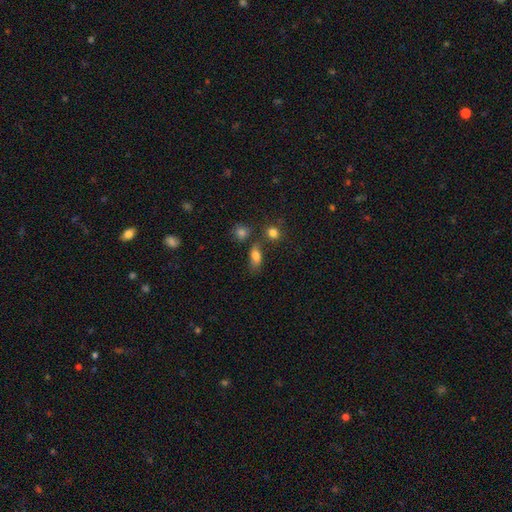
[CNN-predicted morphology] Smooth or featured: smooth — 80% (star or artifact — 10%)
How rounded: in between — 81% (round — 12%)
Merging: none — 60% (minor disturbance — 19%)